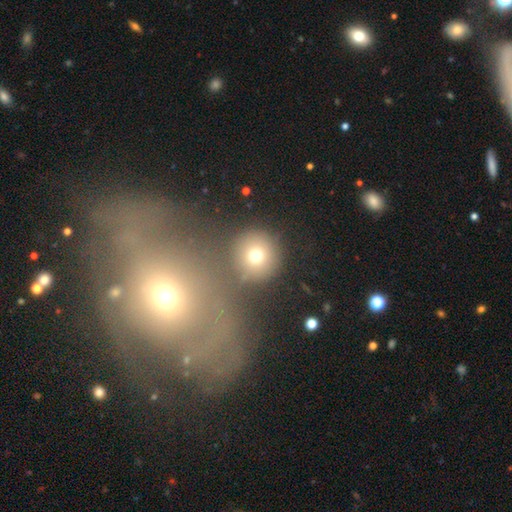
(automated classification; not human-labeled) smooth 70%, star or artifact 20%, featured or disk 10%. Down the decision tree: how rounded — round (93%); merging — none (80%).